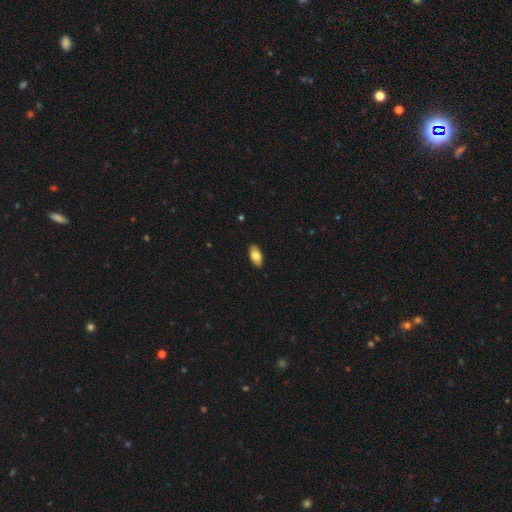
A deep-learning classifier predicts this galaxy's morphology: smooth_or_featured: smooth (p=0.80) [alt: featured or disk p=0.14]
how_rounded: in between (p=0.93) [alt: cigar-shaped p=0.04]
merging: none (p=0.89) [alt: minor disturbance p=0.09]